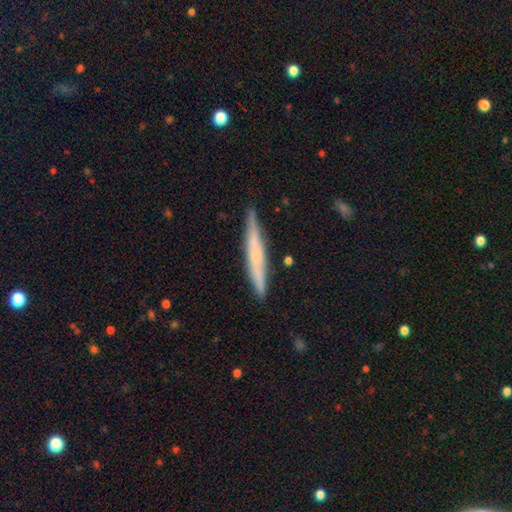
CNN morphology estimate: A smooth galaxy with no disk features (50%) that is cigar-shaped (95%). Merging: none (86%).